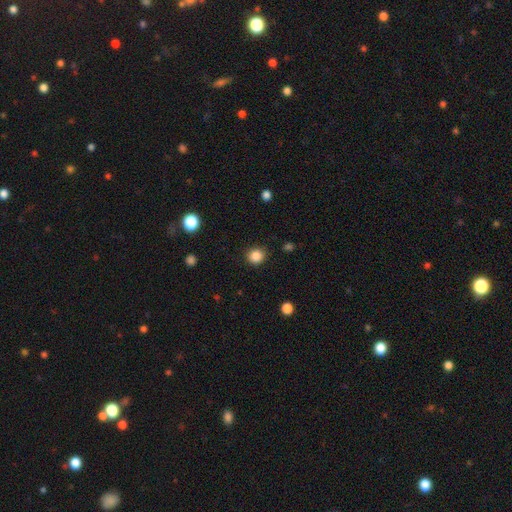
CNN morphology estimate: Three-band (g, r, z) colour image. It shows a smooth galaxy with no disk features (86%) that is round (89%). Merging: none (90%).